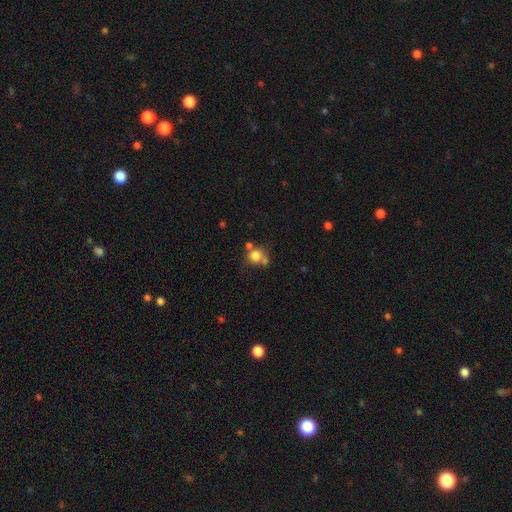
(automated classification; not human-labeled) This is likely a smooth galaxy (77%). How rounded: clearly round (84%). Merging: possibly none (50%).